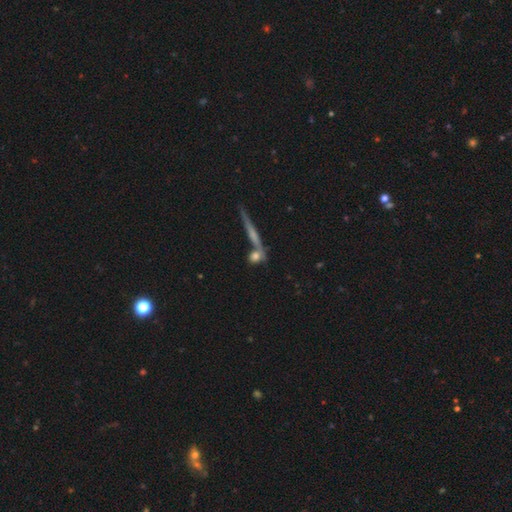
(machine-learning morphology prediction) smooth 69%, featured or disk 20%, star or artifact 11%. Down the decision tree: how rounded — round (58%); merging — none (58%).